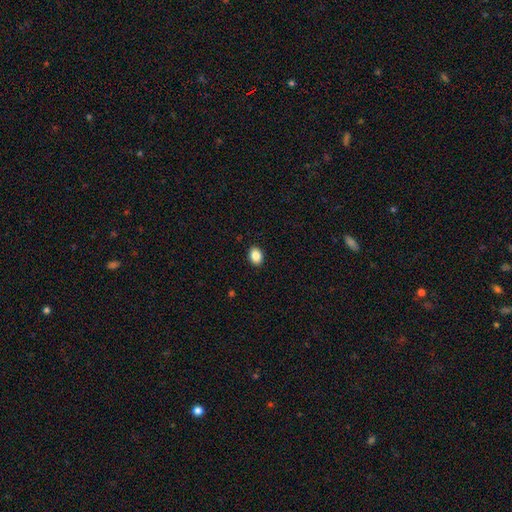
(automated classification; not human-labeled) smooth-or-featured: smooth: 87% | star or artifact: 9% | featured or disk: 4%
  how-rounded: in between: 69% | round: 31% | cigar-shaped: 1%
  merging: none: 91% | minor disturbance: 7% | major disturbance: 2% | merger: 1%